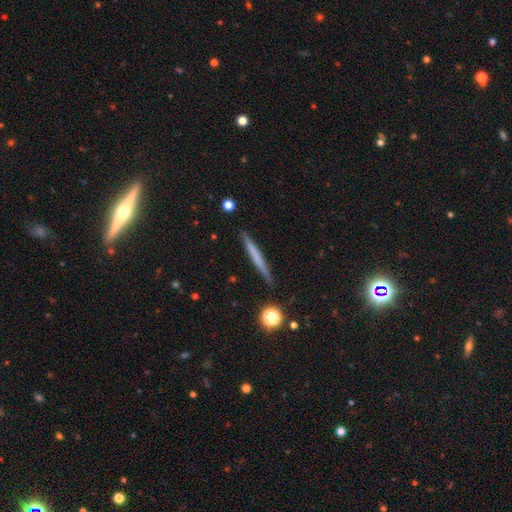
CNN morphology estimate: Smooth or featured? smooth (56%)
How rounded? cigar-shaped (96%)
Merging? none (90%)